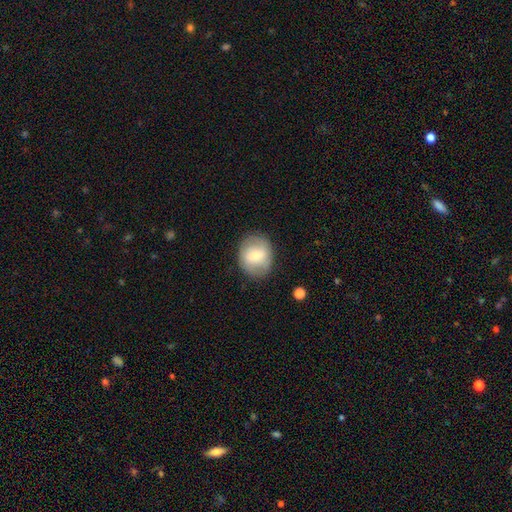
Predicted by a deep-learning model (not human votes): smooth_or_featured: smooth (p=0.59) [alt: featured or disk p=0.34]
how_rounded: round (p=0.63) [alt: in between p=0.36]
merging: none (p=0.82) [alt: minor disturbance p=0.13]